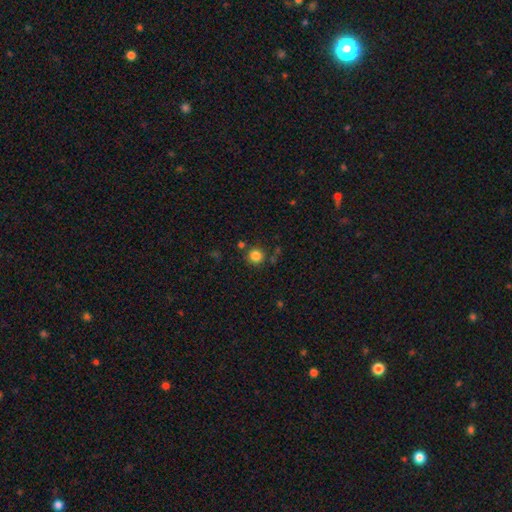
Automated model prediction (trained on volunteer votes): This appears to be a smooth galaxy with no disk features (84%) that is round (94%). Merging: none (82%).